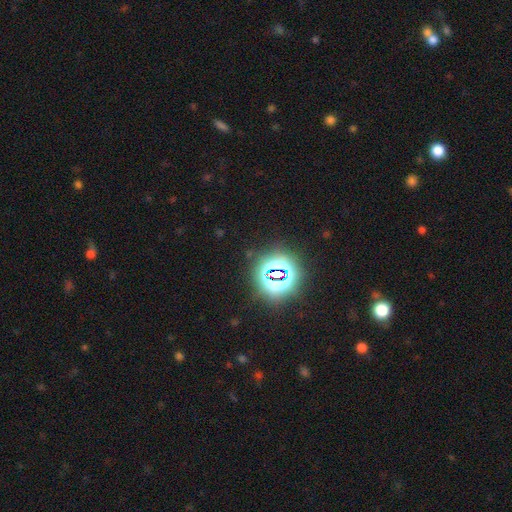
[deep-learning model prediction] Smooth or featured?
  - star or artifact: 83% *
  - smooth: 11%
  - featured or disk: 6%